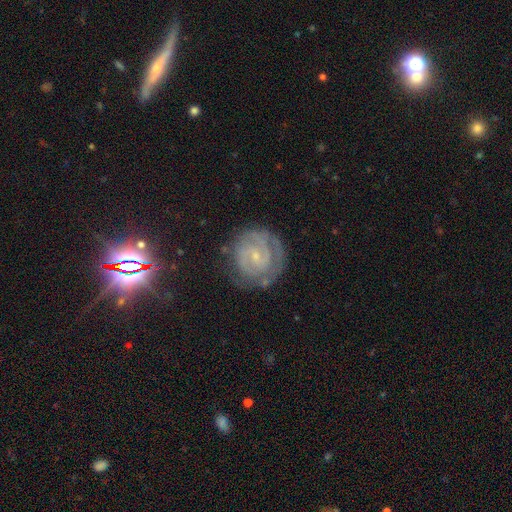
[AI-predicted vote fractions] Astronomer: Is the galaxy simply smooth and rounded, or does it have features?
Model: featured or disk — 82%.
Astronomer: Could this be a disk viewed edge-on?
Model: no — 98%.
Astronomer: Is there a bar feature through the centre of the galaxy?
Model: no — 46% (runner-up: weak, 43%).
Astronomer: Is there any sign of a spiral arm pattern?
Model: yes — 94%.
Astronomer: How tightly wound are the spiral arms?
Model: tight — 72%.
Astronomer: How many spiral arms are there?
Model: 2 — 50%.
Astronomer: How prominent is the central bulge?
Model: small — 80%.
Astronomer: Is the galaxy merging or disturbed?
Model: none — 74%.